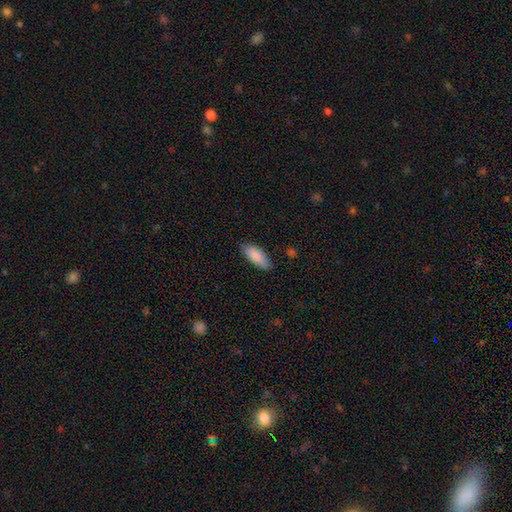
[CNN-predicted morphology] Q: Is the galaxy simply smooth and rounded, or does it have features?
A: smooth — 88%.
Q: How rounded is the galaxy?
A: in between — 79%.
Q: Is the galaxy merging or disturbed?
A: none — 84%.